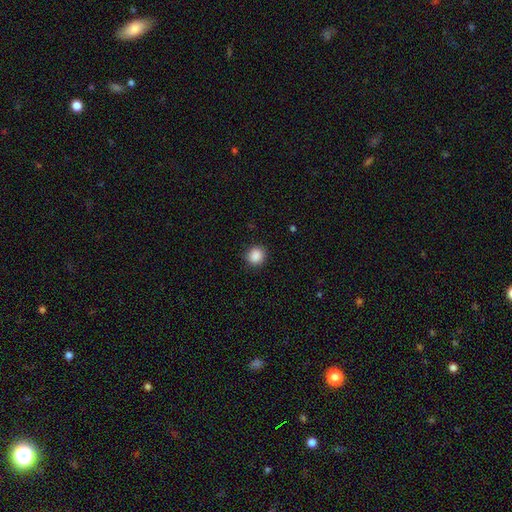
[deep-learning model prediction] A smooth galaxy with no disk features (88%) that is round (88%). Merging: none (89%).